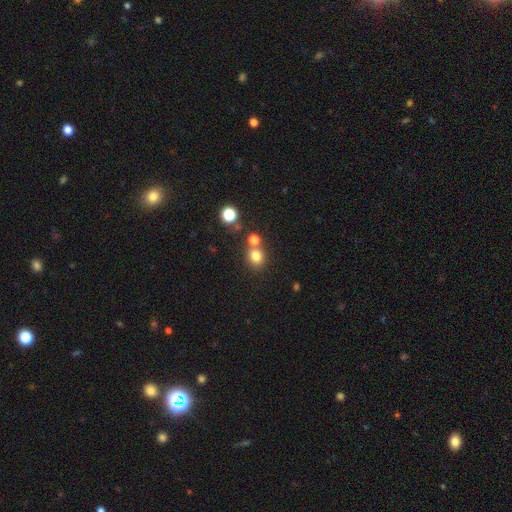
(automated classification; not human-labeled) Smooth or featured? Predicted: smooth (p=0.79). How rounded? Predicted: round (p=0.79). Merging? Predicted: none (p=0.65).